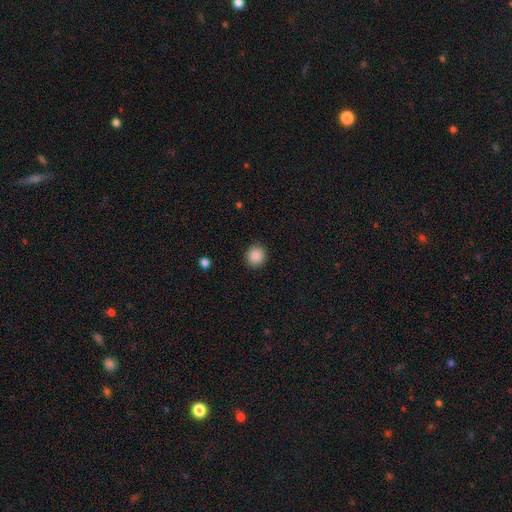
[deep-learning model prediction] A smooth galaxy with no disk features (87%) that is round (83%). Merging: none (91%).